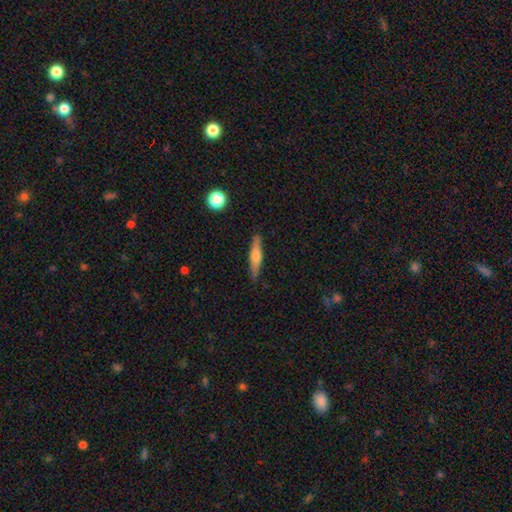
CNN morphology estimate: A smooth galaxy with no disk features (52%) that is cigar-shaped (85%). Merging: none (88%).